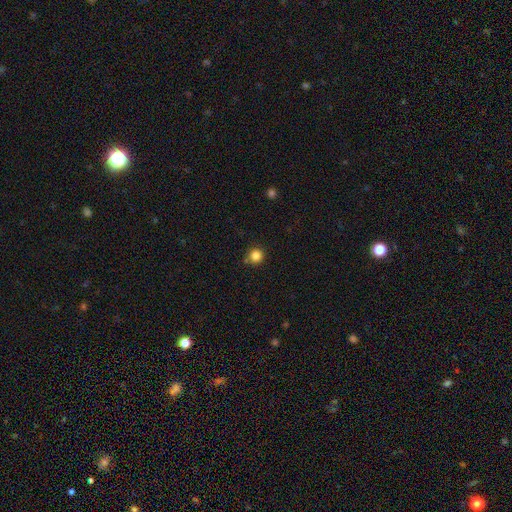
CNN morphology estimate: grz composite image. It shows a smooth galaxy with no disk features (84%) that is round (94%). Merging: none (81%).